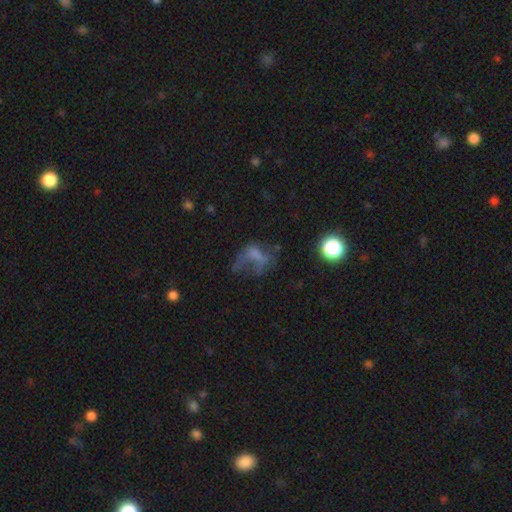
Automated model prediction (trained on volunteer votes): smooth_or_featured: smooth (p=0.40) [alt: featured or disk p=0.36]
merging: major disturbance (p=0.48) [alt: none p=0.27]